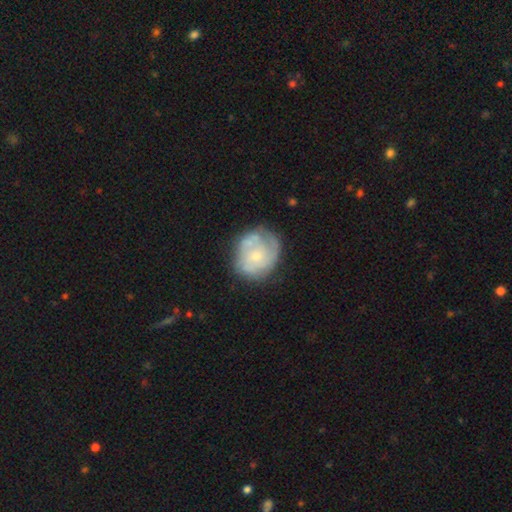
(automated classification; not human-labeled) Morphology: type=featured or disk (63%); edge-on=no (98%); bar=no (83%); spiral arms=yes (65%); bulge=small (66%); merging=none (55%).